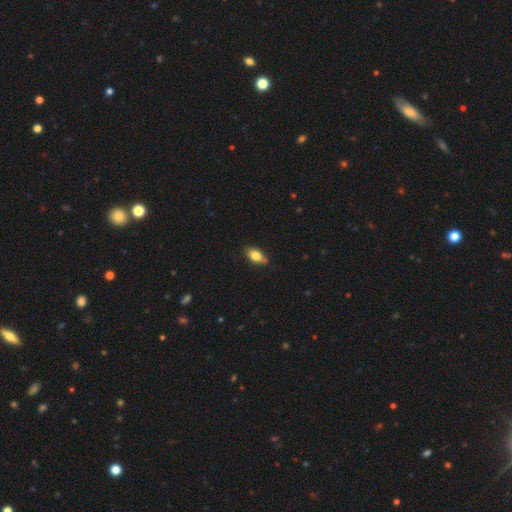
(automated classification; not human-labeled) smooth 80%, featured or disk 12%, star or artifact 8%. Down the decision tree: how rounded — in between (88%); merging — none (72%).